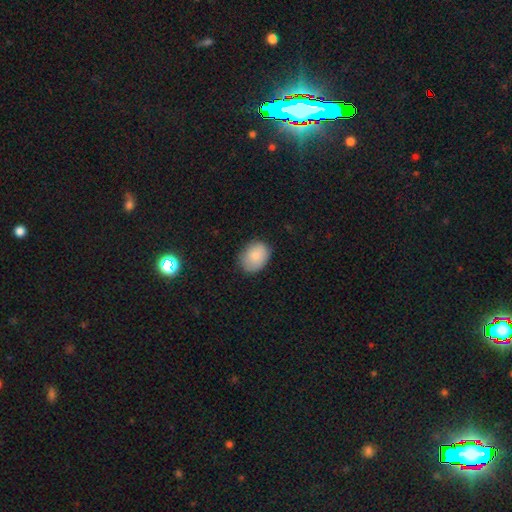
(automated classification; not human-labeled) A smooth galaxy with no disk features (84%) that is in between round and cigar-shaped (61%). Merging: none (77%).